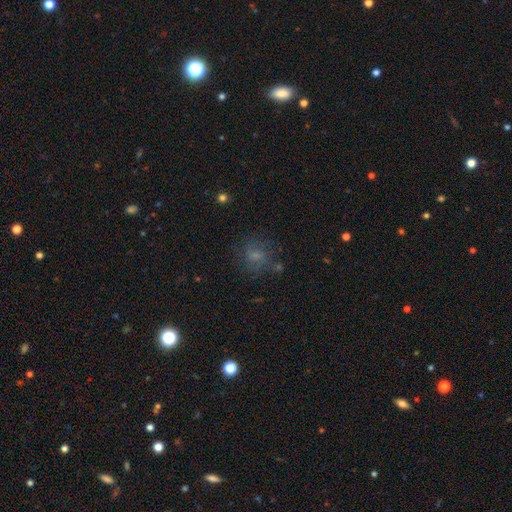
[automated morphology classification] This is possibly a smooth galaxy (56%). How rounded: likely round (71%). Merging: likely none (65%).